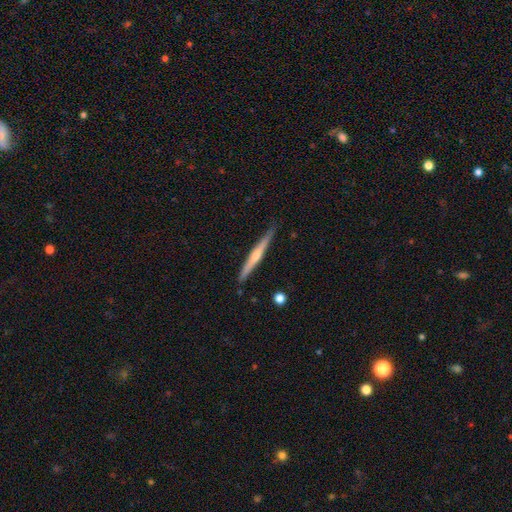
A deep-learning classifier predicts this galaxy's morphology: smooth_or_featured: featured or disk (p=0.71) [alt: smooth p=0.23]
disk_edge_on: yes (p=0.98) [alt: no p=0.02]
edge_on_bulge: rounded (p=0.75) [alt: none p=0.19]
merging: none (p=0.90) [alt: minor disturbance p=0.07]